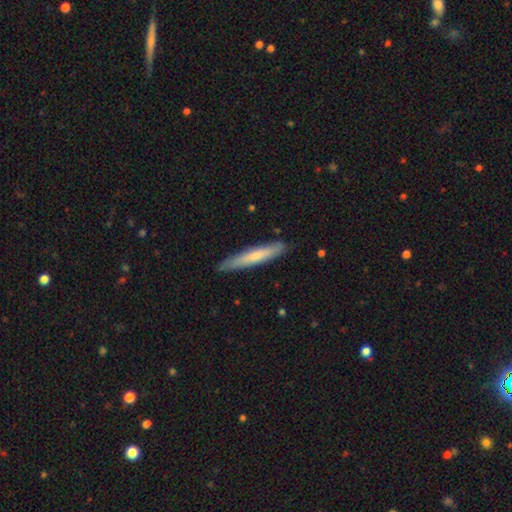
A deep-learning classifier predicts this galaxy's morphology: Smooth or featured?
  - smooth: 65% *
  - featured or disk: 30%
  - star or artifact: 5%
How rounded?
  - cigar-shaped: 94% *
  - in between: 5%
  - round: 1%
Merging?
  - none: 86% *
  - minor disturbance: 12%
  - major disturbance: 2%
  - merger: 1%